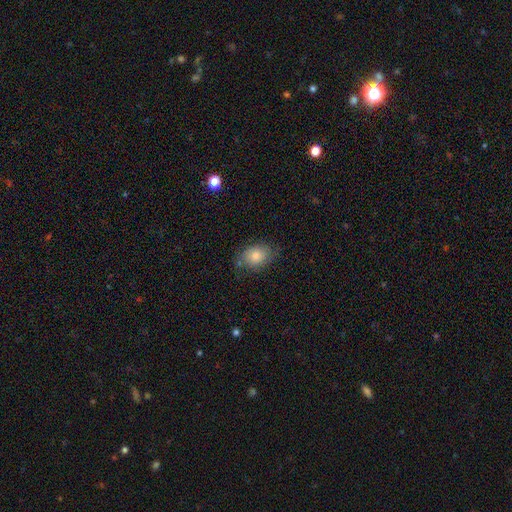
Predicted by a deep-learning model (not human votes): smooth 71%, featured or disk 19%, star or artifact 9%. Down the decision tree: how rounded — in between (73%); merging — none (70%).